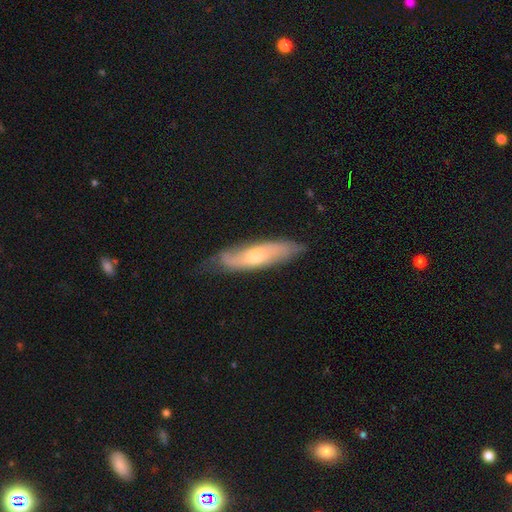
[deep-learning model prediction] smooth_or_featured: featured or disk (p=0.58) [alt: smooth p=0.35]
disk_edge_on: no (p=0.62) [alt: yes p=0.38]
merging: none (p=0.73) [alt: minor disturbance p=0.21]